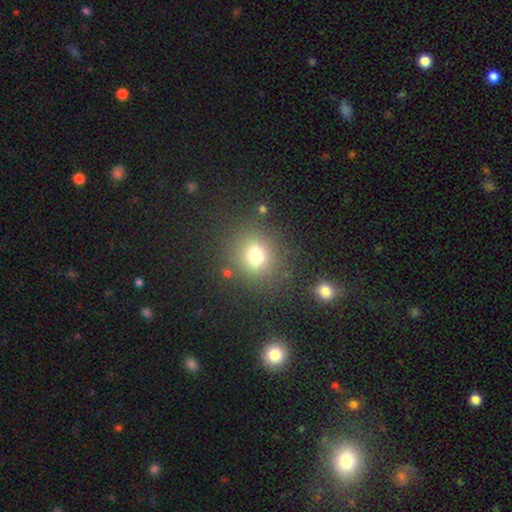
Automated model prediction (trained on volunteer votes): Smooth or featured: smooth — 74% (star or artifact — 17%)
How rounded: round — 83% (in between — 16%)
Merging: none — 82% (minor disturbance — 9%)